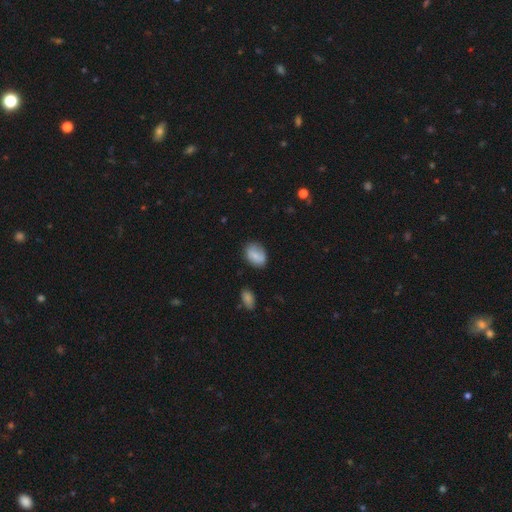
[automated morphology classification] The model was most divided on "merging": none: 71%, minor disturbance: 21%, major disturbance: 5%, merger: 3%. More confident: how rounded — in between (80%); smooth or featured — smooth (75%).